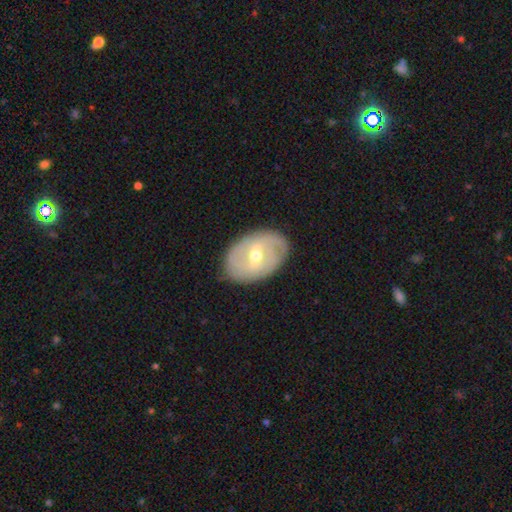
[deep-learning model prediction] This is likely a featured or disk galaxy (69%). It is clearly not viewed edge-on (94%). Bar: possibly weak (50%). Spiral arm pattern: likely yes (69%). Central bulge: likely moderate (63%). Merging: clearly none (82%).